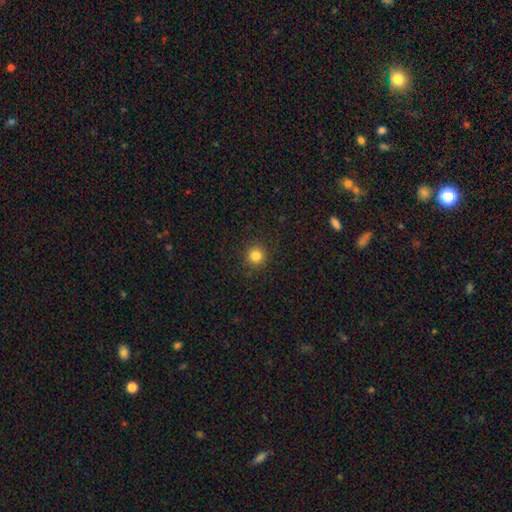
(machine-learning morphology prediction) Overall: smooth (83%). How rounded: round (94%). Merging: none (90%).